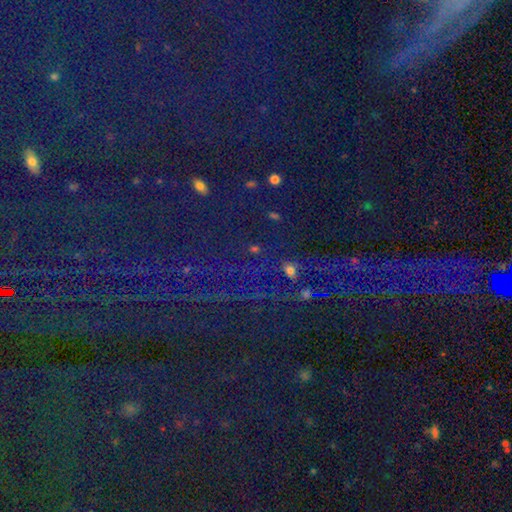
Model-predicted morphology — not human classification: This is clearly a star or artifact rather than a galaxy (83%).